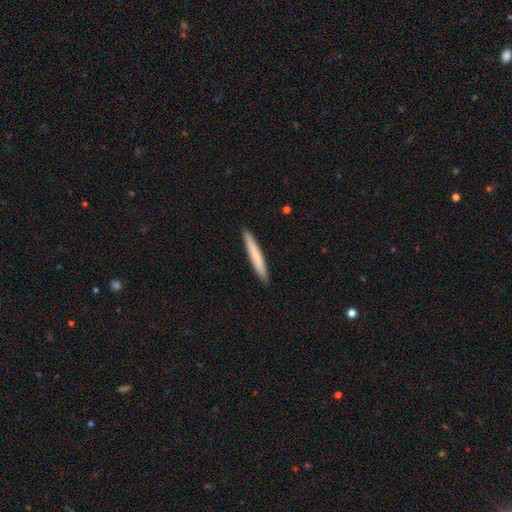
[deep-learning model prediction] This appears to be a smooth galaxy with no disk features (71%) that is cigar-shaped (96%). Merging: none (92%).